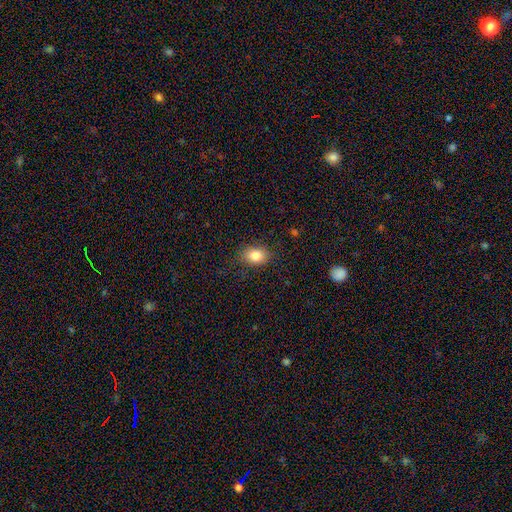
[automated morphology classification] Smooth or featured?
  - smooth: 83% *
  - star or artifact: 9%
  - featured or disk: 7%
How rounded?
  - in between: 75% *
  - round: 24%
  - cigar-shaped: 1%
Merging?
  - none: 84% *
  - minor disturbance: 12%
  - major disturbance: 3%
  - merger: 1%